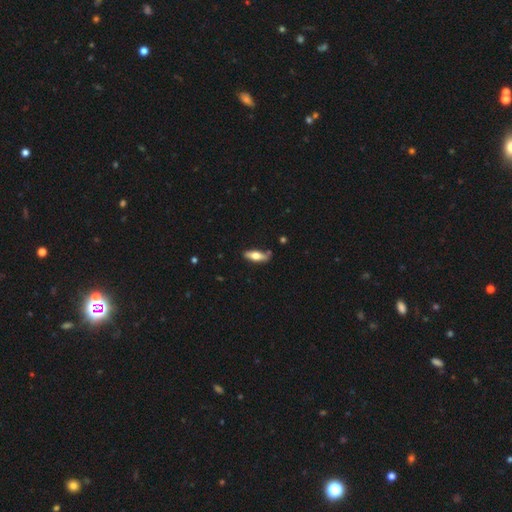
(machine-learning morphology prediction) smooth-or-featured: smooth: 57% | featured or disk: 38% | star or artifact: 6%
  how-rounded: in between: 57% | cigar-shaped: 41% | round: 3%
  merging: none: 78% | minor disturbance: 15% | merger: 4% | major disturbance: 3%